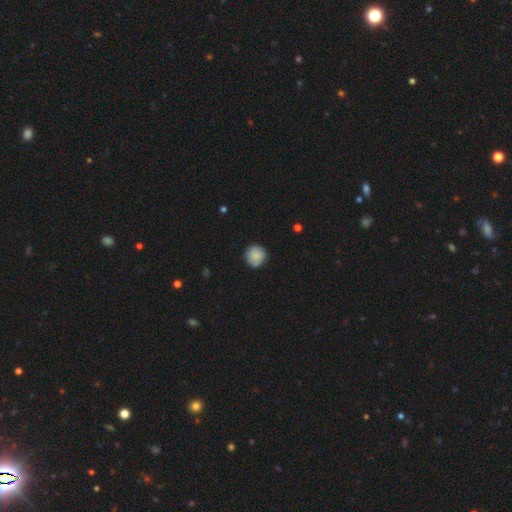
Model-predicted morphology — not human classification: This is likely a smooth galaxy (80%). How rounded: clearly round (92%). Merging: clearly none (81%).